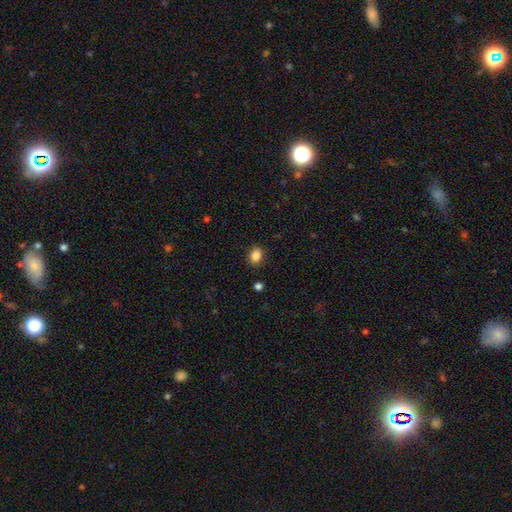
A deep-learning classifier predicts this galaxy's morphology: smooth_or_featured: smooth (p=0.87) [alt: star or artifact p=0.10]
how_rounded: in between (p=0.55) [alt: round p=0.44]
merging: none (p=0.87) [alt: minor disturbance p=0.09]